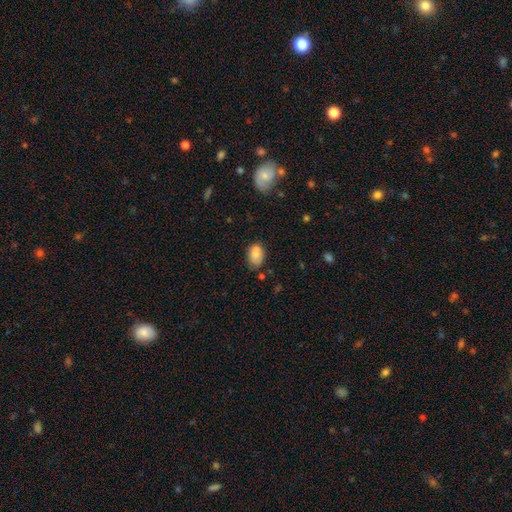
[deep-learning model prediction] Smooth or featured: smooth — 76% (featured or disk — 14%)
How rounded: in between — 83% (round — 15%)
Merging: none — 51% (minor disturbance — 23%)